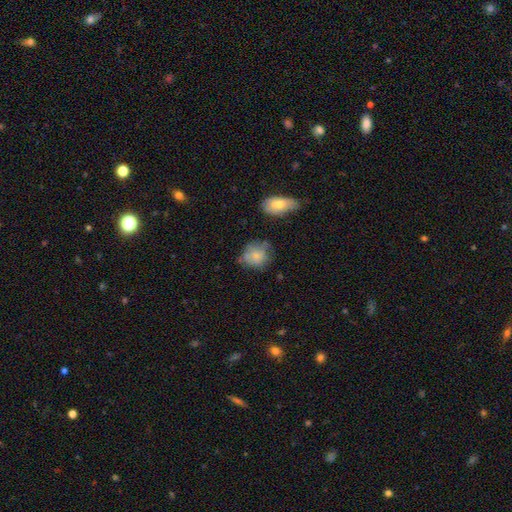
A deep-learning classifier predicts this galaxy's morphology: smooth_or_featured: smooth (p=0.73) [alt: featured or disk p=0.19]
how_rounded: round (p=0.65) [alt: in between p=0.34]
merging: none (p=0.51) [alt: minor disturbance p=0.29]